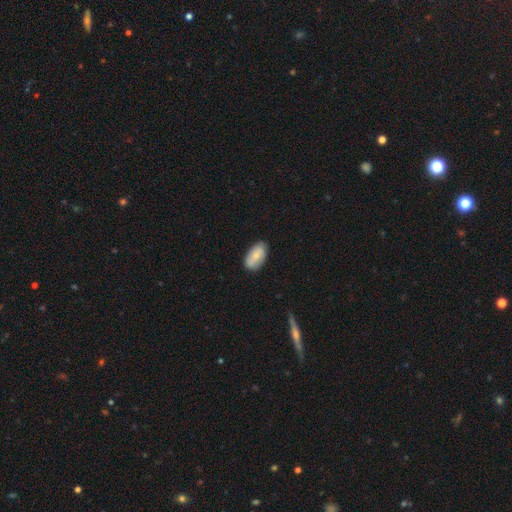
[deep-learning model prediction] Q: Smooth or featured?
A: smooth (69%); runner-up: featured or disk (25%)
Q: How rounded?
A: in between (93%); runner-up: round (4%)
Q: Merging?
A: none (79%); runner-up: minor disturbance (17%)